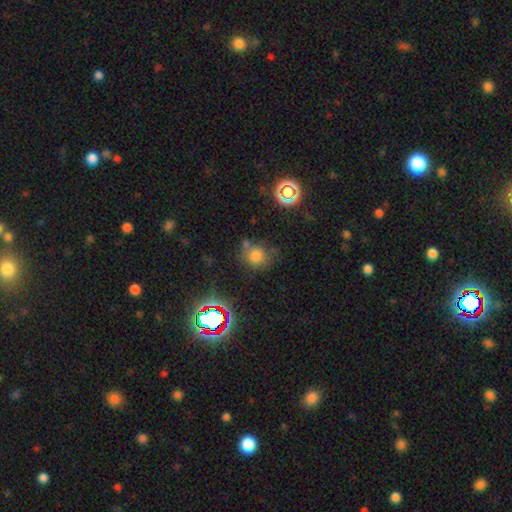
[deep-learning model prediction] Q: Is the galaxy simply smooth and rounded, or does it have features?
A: smooth — 70%.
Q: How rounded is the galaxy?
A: round — 80%.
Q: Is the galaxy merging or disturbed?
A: none — 61%.